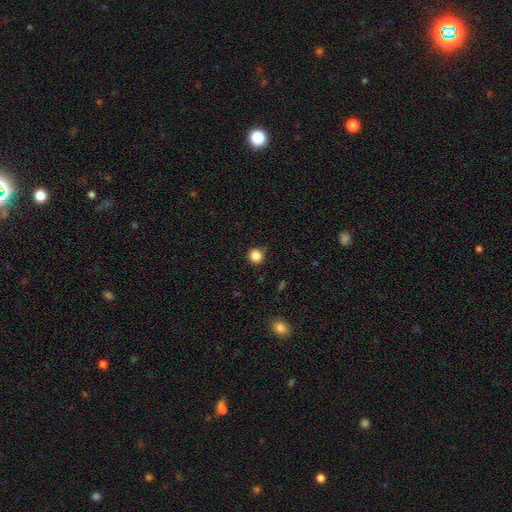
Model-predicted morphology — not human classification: Overall: smooth (85%). How rounded: round (94%). Merging: none (87%).